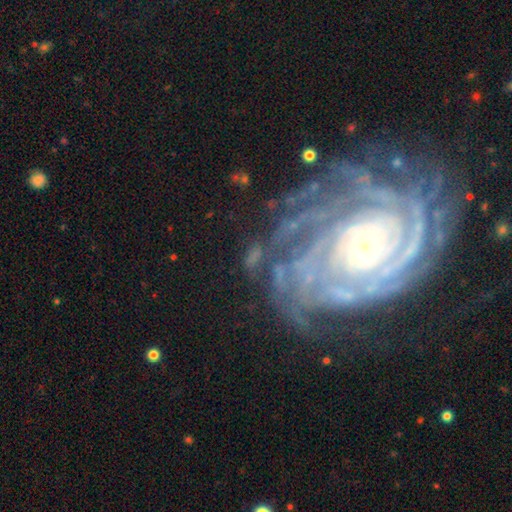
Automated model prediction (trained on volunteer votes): The model was most divided on "spiral arm count": can't tell: 33%, 2: 20%, 3: 16%, 4: 11%, more than 4: 10%, 1: 9%. Remaining: edge-on disk — no (95%); spiral arms — yes (87%); spiral winding — tight (69%); smooth or featured — featured or disk (66%); merging — none (62%); bulge size — small (52%); bar — no (44%).